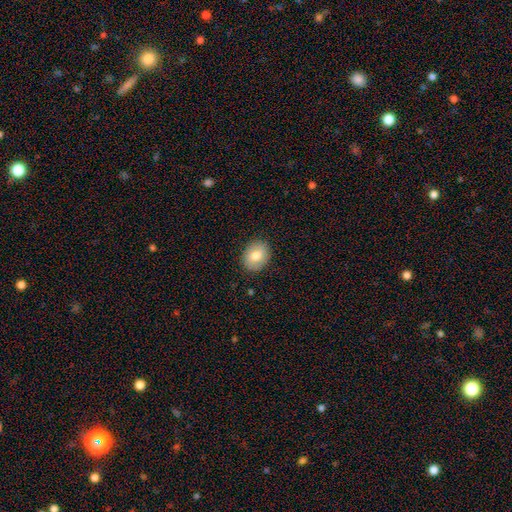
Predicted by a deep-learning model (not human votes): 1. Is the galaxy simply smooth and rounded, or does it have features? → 77% smooth, 16% featured or disk, 7% star or artifact.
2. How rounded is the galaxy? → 53% in between, 46% round, 1% cigar-shaped.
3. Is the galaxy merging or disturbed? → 88% none, 9% minor disturbance, 2% major disturbance, 1% merger.